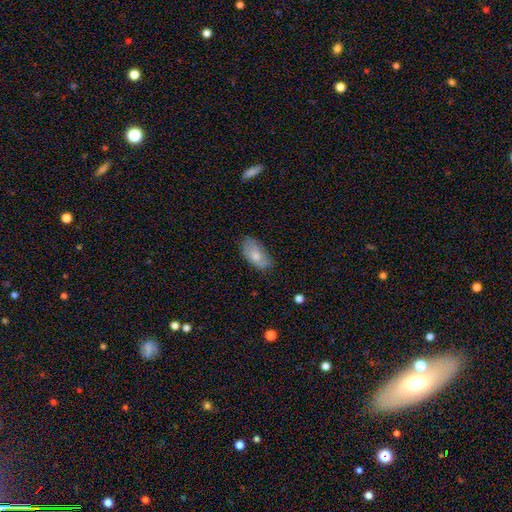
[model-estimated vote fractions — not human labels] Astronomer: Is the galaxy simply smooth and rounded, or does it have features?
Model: smooth — 74%.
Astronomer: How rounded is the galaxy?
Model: in between — 93%.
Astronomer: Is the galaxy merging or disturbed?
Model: none — 64%.